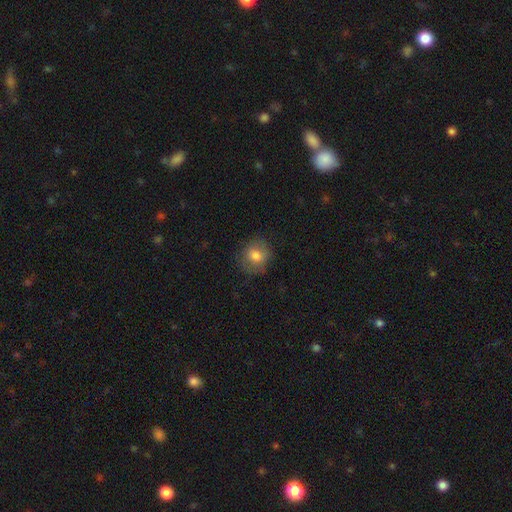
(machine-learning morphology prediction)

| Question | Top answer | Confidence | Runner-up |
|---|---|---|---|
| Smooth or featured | smooth | 76% | featured or disk (14%) |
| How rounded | round | 77% | in between (22%) |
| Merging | none | 80% | minor disturbance (14%) |